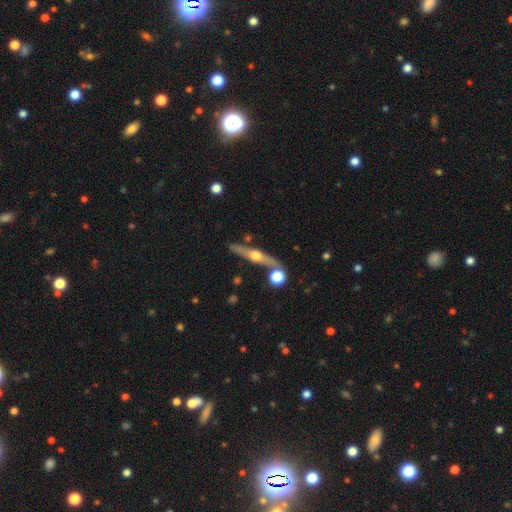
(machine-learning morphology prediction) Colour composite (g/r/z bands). It shows a featured or disk galaxy (74%) viewed edge-on (96%) with a rounded central bulge (95%). Merging: none (78%).